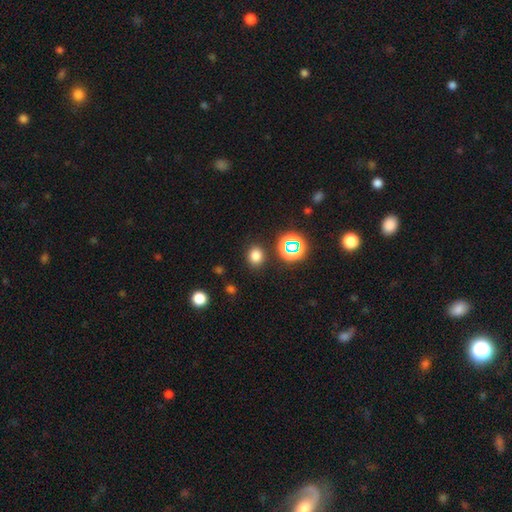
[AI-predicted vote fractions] Overall: smooth (75%). How rounded: round (62%; in between 37%). Merging: none (86%).